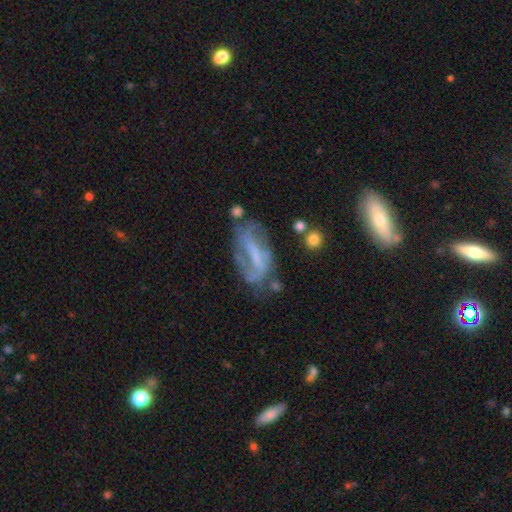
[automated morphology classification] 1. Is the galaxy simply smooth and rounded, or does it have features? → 65% featured or disk, 24% smooth, 11% star or artifact.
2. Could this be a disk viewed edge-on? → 90% no, 10% yes.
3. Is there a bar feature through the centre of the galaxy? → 38% strong, 35% weak, 27% no.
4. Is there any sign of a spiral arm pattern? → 58% yes, 42% no.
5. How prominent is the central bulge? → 46% none, 30% small, 19% moderate, 3% large, 1% dominant.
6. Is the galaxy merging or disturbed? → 45% none, 24% minor disturbance, 23% major disturbance, 8% merger.